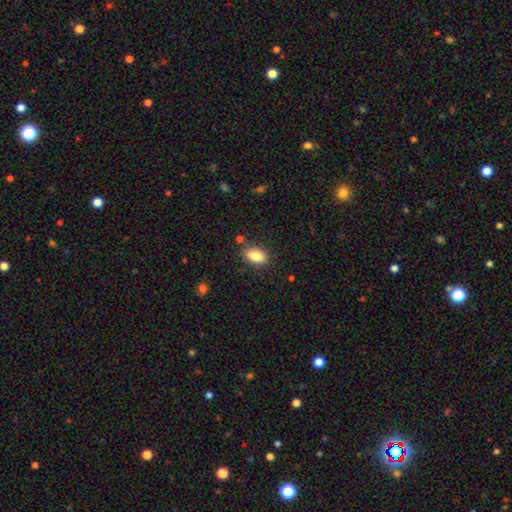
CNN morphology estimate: Overall: smooth (85%). How rounded: in between (90%). Merging: none (84%).